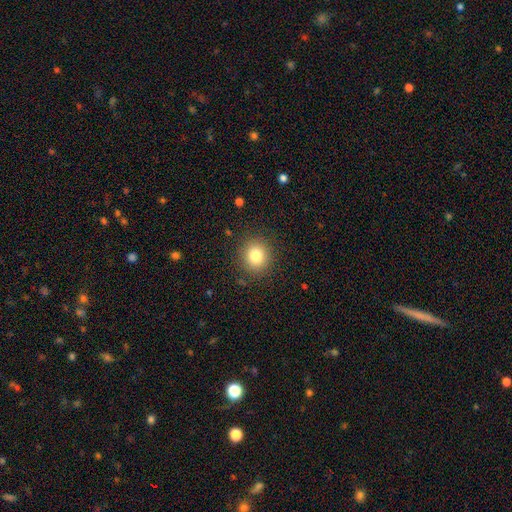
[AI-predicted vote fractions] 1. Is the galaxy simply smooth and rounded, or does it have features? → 81% smooth, 11% star or artifact, 8% featured or disk.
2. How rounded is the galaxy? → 85% round, 14% in between, 1% cigar-shaped.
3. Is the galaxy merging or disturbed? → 88% none, 8% minor disturbance, 3% major disturbance, 1% merger.